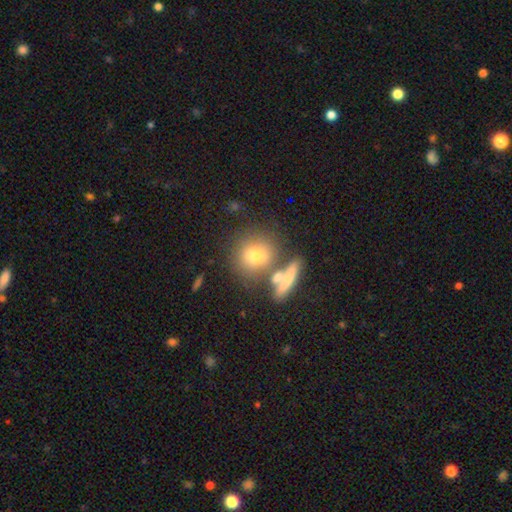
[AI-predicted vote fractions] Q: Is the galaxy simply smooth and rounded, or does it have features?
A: smooth — 69%.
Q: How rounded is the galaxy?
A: round — 77%.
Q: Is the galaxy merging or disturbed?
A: none — 63%.